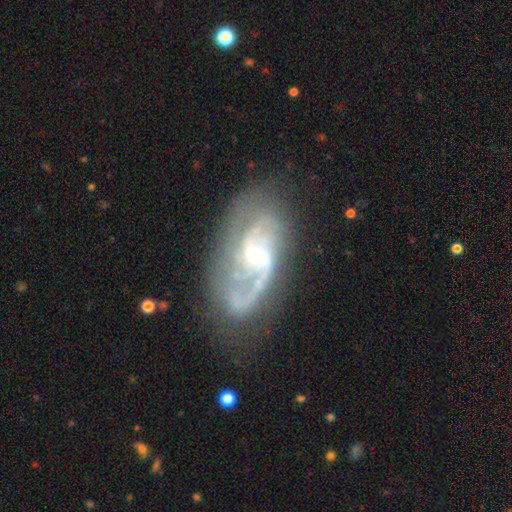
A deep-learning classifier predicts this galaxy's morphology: smooth-or-featured: featured or disk: 86% | smooth: 8% | star or artifact: 6%
  disk-edge-on: no: 96% | yes: 4%
    bar: weak: 45% | no: 44% | strong: 11%
    has-spiral-arms: yes: 95% | no: 5%
      spiral-winding: medium: 50% | tight: 26% | loose: 23%
      spiral-arm-count: 2: 64% | can't tell: 13% | 3: 10% | 1: 8% | 4: 3% | more than 4: 3%
    bulge-size: small: 64% | moderate: 31% | none: 2% | large: 2% | dominant: 1%
  merging: none: 68% | minor disturbance: 19% | major disturbance: 11% | merger: 3%